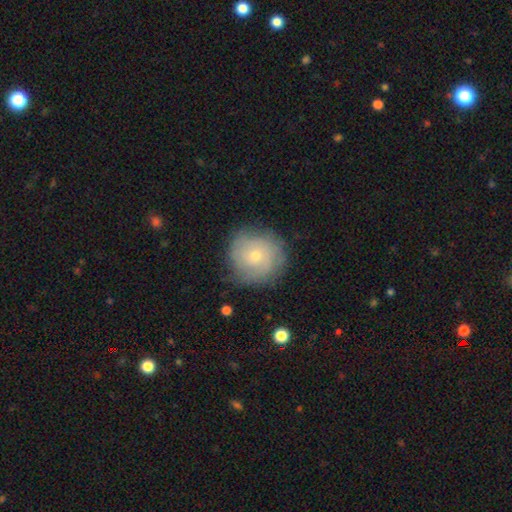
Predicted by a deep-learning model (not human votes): This is possibly a featured or disk galaxy (52%). It is clearly not viewed edge-on (97%). Bar: clearly no (82%). Spiral arm pattern: likely yes (79%). Central bulge: likely small (69%). Merging: likely none (75%).